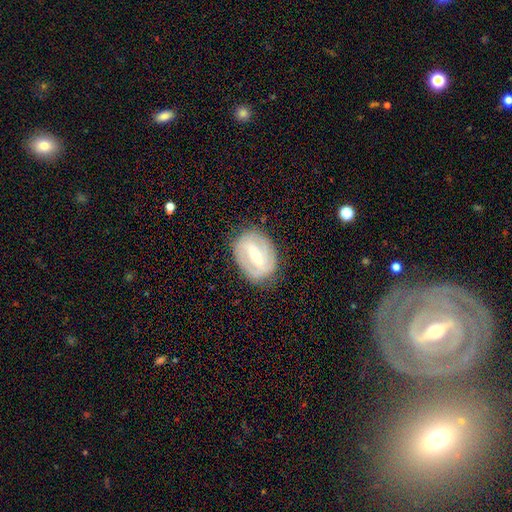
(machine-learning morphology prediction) This appears to be a featured or disk galaxy (73%) with a strong bar (65%), spiral arms (68%) and a small central bulge (47%). Merging: none (78%).